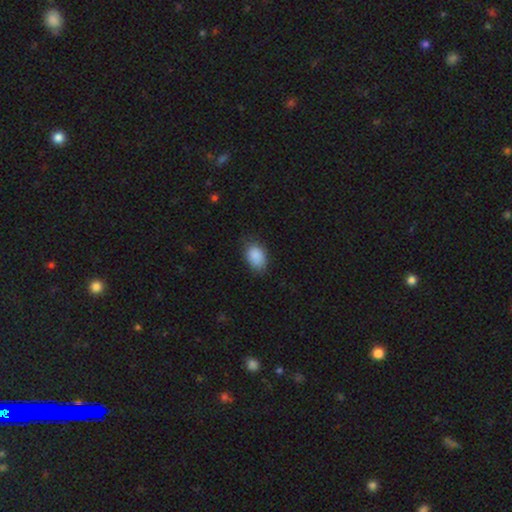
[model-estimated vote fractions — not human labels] Smooth or featured? smooth (89%)
How rounded? in between (86%)
Merging? none (77%)